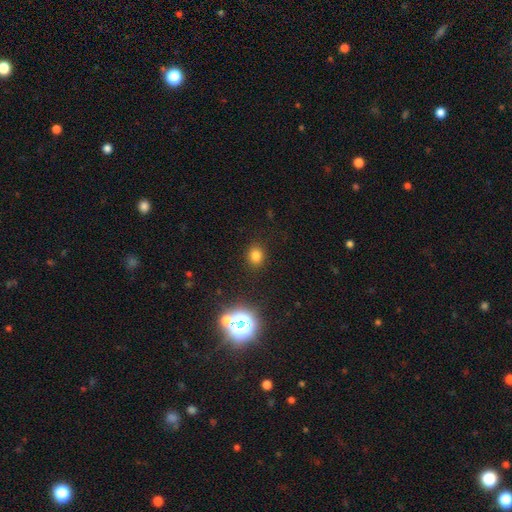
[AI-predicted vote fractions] Overall: smooth (76%). How rounded: round (65%; in between 34%). Merging: none (88%).